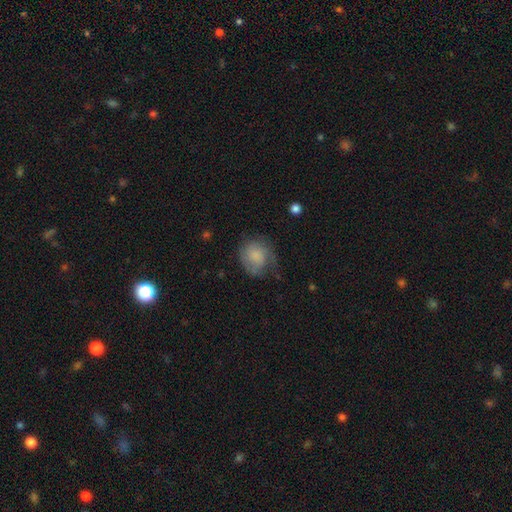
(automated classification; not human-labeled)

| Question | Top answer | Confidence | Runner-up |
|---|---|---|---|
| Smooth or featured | smooth | 65% | featured or disk (27%) |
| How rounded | round | 72% | in between (27%) |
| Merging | none | 47% | minor disturbance (29%) |